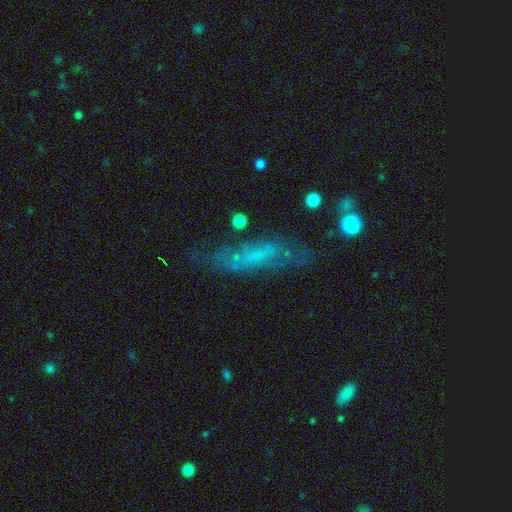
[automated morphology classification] featured or disk 51%, smooth 36%, star or artifact 13%. Down the decision tree: edge-on disk — no (71%); merging — none (58%).